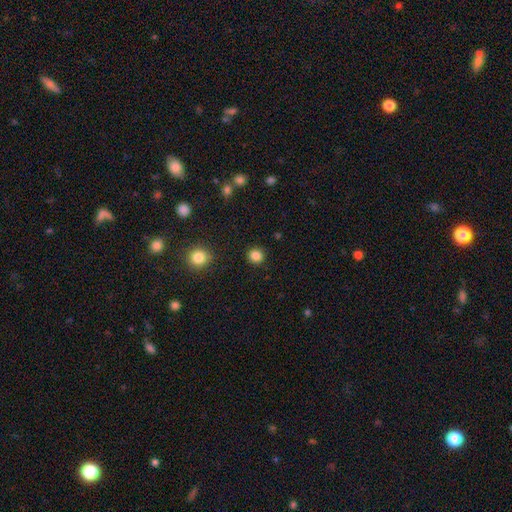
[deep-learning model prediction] A smooth galaxy with no disk features (85%) that is round (92%).

Vote fractions:
- Smooth or featured? smooth: 85% / star or artifact: 11% / featured or disk: 4%
- How rounded? round: 92% / in between: 7% / cigar-shaped: 1%
- Merging? none: 92% / minor disturbance: 5% / major disturbance: 2% / merger: 1%